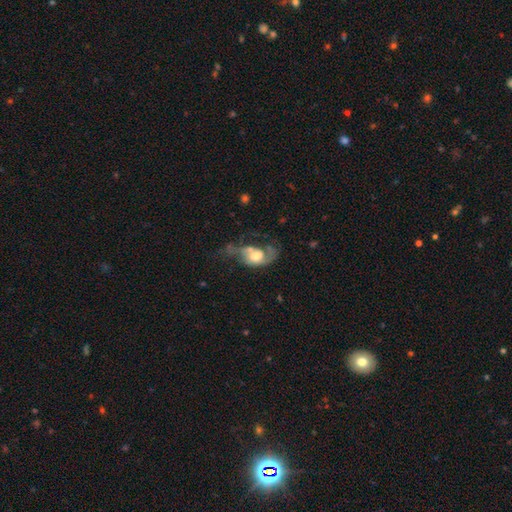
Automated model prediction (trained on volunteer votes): A featured or disk galaxy (59%) with no bar (75%), spiral arms (70%) and a moderate central bulge (52%).

Vote fractions:
- Smooth or featured? featured or disk: 59% / smooth: 34% / star or artifact: 7%
- Edge-on disk? no: 95% / yes: 5%
- Bar? no: 75% / weak: 21% / strong: 4%
- Spiral arms? yes: 70% / no: 30%
- Bulge size? moderate: 52% / large: 29% / small: 12% / none: 3% / dominant: 3%
- Merging? major disturbance: 46% / none: 21% / minor disturbance: 19% / merger: 14%